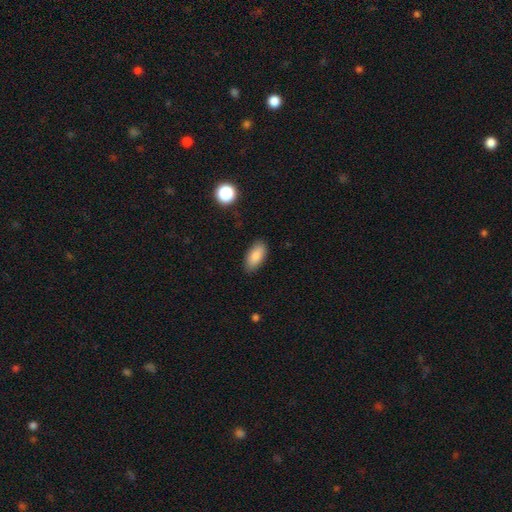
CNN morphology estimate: Smooth or featured? Predicted: smooth (p=0.85). How rounded? Predicted: in between (p=0.88). Merging? Predicted: none (p=0.86).